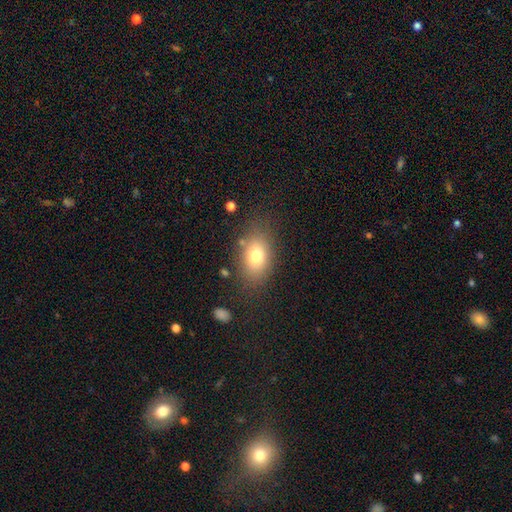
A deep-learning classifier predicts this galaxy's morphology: Q: Smooth or featured?
A: smooth (77%); runner-up: featured or disk (13%)
Q: How rounded?
A: in between (81%); runner-up: round (17%)
Q: Merging?
A: none (77%); runner-up: minor disturbance (14%)